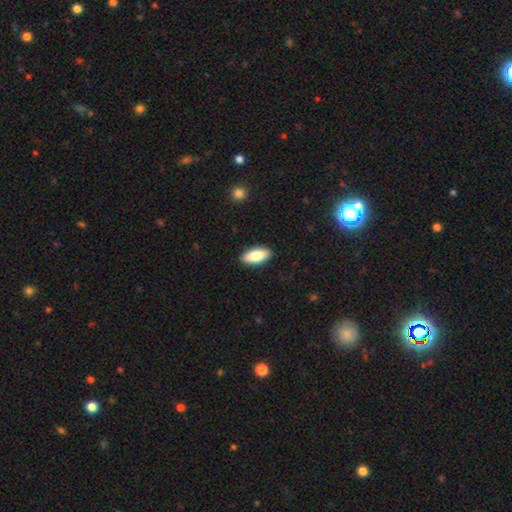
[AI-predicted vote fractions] This is clearly a smooth galaxy (84%). How rounded: clearly in between (85%). Merging: clearly none (89%).